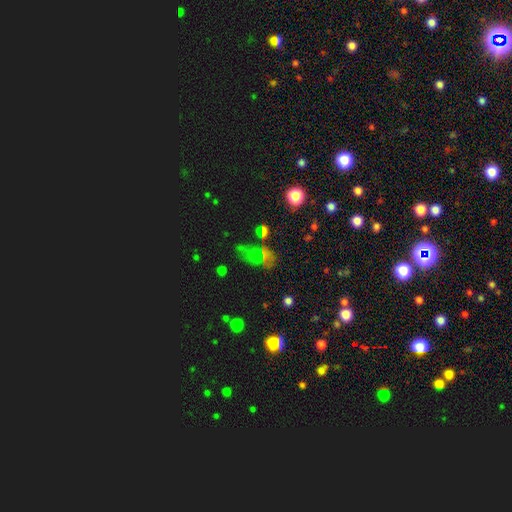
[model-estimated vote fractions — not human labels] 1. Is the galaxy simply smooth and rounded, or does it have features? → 47% smooth, 35% star or artifact, 18% featured or disk.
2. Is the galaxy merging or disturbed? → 51% none, 22% minor disturbance, 18% major disturbance, 9% merger.